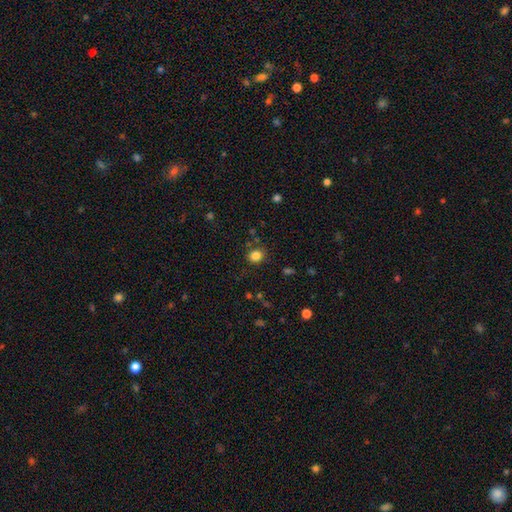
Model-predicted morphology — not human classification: Smooth or featured?
  - smooth: 83% *
  - star or artifact: 12%
  - featured or disk: 5%
How rounded?
  - round: 69% *
  - in between: 30%
  - cigar-shaped: 1%
Merging?
  - none: 83% *
  - minor disturbance: 11%
  - major disturbance: 3%
  - merger: 3%